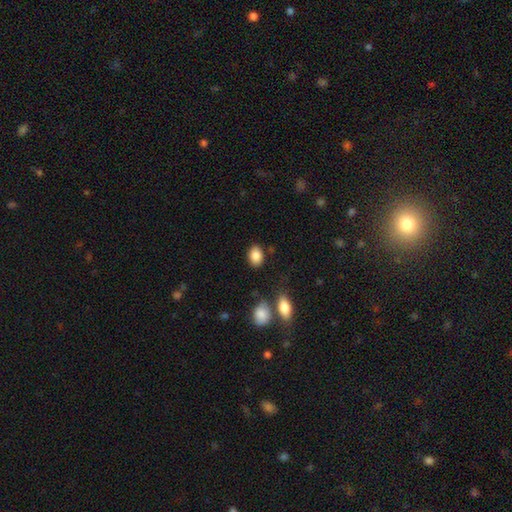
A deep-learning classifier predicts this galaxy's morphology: This is clearly a smooth galaxy (87%). How rounded: likely in between (79%). Merging: clearly none (83%).